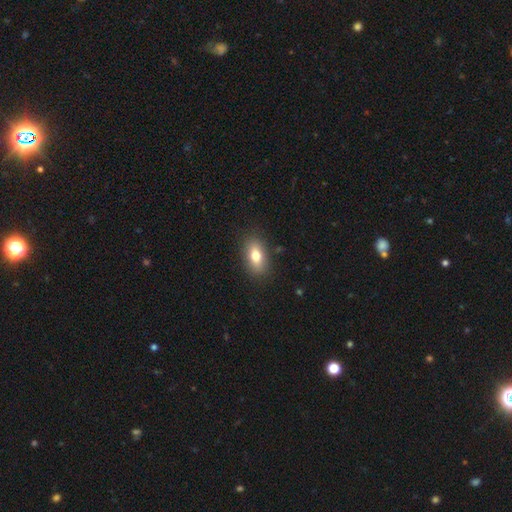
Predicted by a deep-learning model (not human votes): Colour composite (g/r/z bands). It shows a smooth galaxy with no disk features (76%) that is in between round and cigar-shaped (85%). Merging: none (87%).